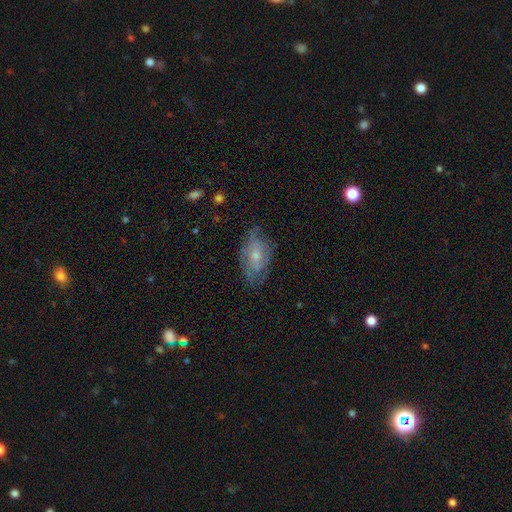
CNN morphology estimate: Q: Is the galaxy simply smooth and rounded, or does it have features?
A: featured or disk — 48%.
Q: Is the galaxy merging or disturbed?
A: none — 64%.